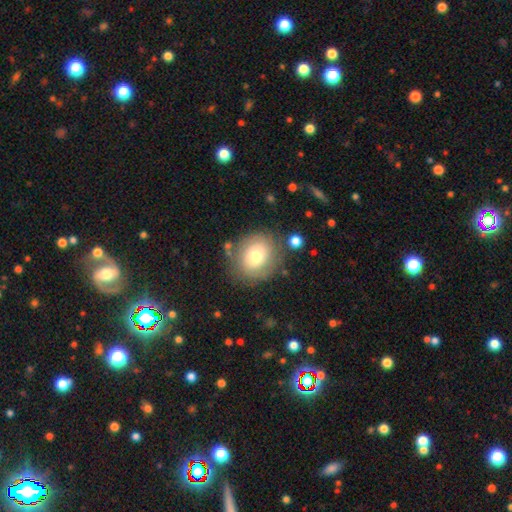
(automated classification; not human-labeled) smooth 59%, featured or disk 32%, star or artifact 9%. Down the decision tree: how rounded — round (79%); merging — none (75%).